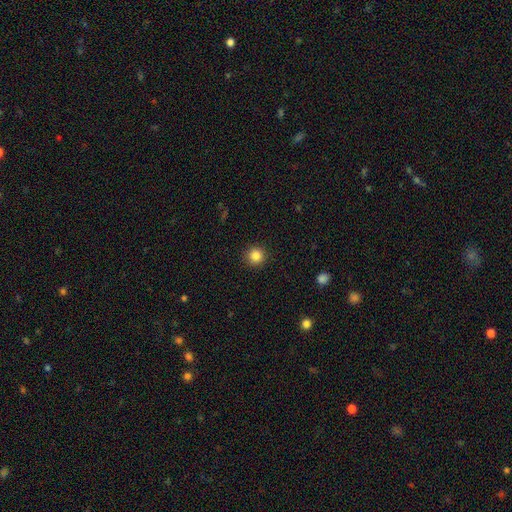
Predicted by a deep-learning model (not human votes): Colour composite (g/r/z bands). It shows a smooth galaxy with no disk features (85%) that is round (95%). Merging: none (92%).